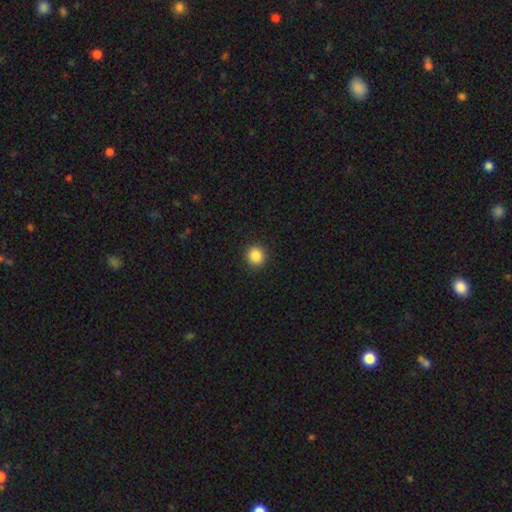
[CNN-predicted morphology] Smooth or featured? Predicted: smooth (p=0.87). How rounded? Predicted: round (p=0.91). Merging? Predicted: none (p=0.92).